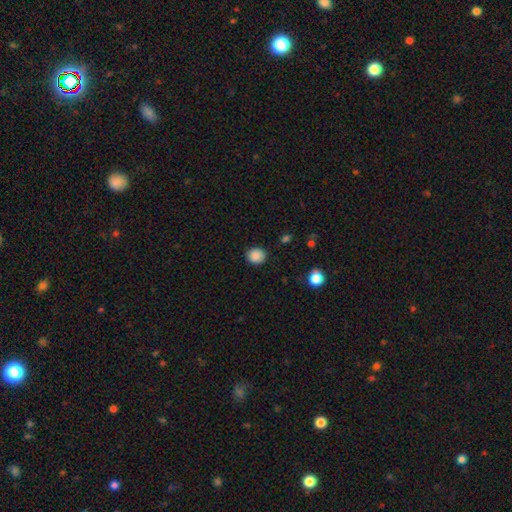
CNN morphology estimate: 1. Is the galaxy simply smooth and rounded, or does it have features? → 88% smooth, 10% star or artifact, 3% featured or disk.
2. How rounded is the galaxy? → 79% round, 20% in between, 1% cigar-shaped.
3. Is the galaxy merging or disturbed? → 89% none, 8% minor disturbance, 2% major disturbance, 1% merger.